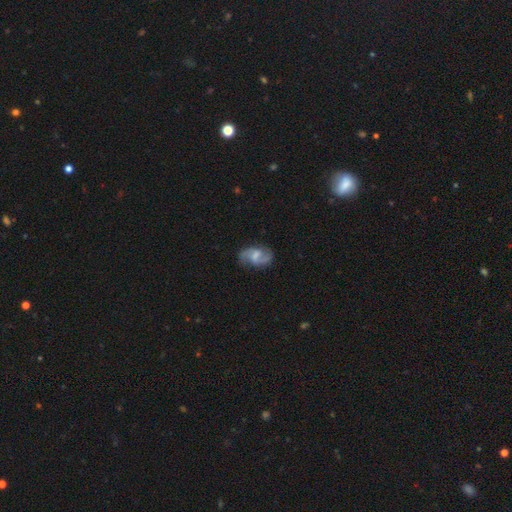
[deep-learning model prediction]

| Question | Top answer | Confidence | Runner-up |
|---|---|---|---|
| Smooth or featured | featured or disk | 81% | smooth (13%) |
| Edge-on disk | no | 97% | yes (3%) |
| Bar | weak | 59% | no (26%) |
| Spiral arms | yes | 95% | no (5%) |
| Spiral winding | medium | 47% | loose (41%) |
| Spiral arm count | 2 | 91% | can't tell (4%) |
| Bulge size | small | 34% | tied: moderate (34%) |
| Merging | none | 77% | minor disturbance (16%) |